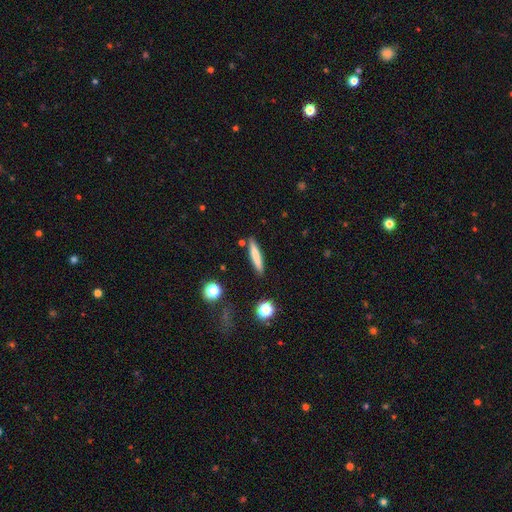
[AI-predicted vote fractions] smooth_or_featured: smooth (p=0.73) [alt: featured or disk p=0.20]
how_rounded: cigar-shaped (p=0.92) [alt: in between p=0.07]
merging: none (p=0.87) [alt: minor disturbance p=0.08]